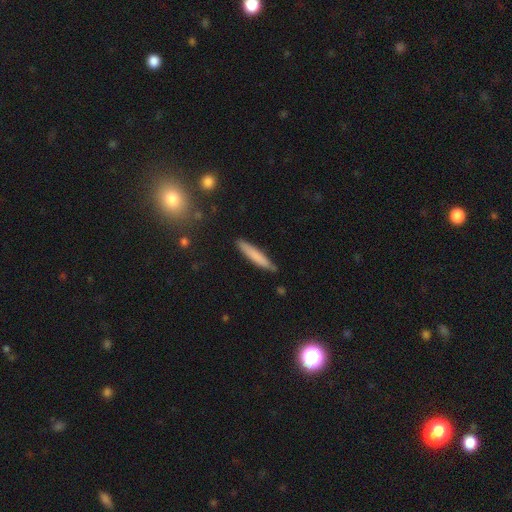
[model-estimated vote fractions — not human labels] Morphology: type=smooth (77%); roundness=cigar-shaped (92%); merging=none (84%).